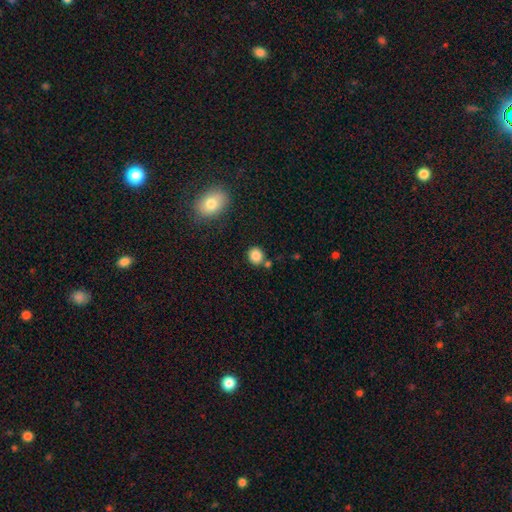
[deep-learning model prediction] Smooth or featured: smooth — 85% (star or artifact — 10%)
How rounded: round — 81% (in between — 18%)
Merging: none — 76% (minor disturbance — 10%)